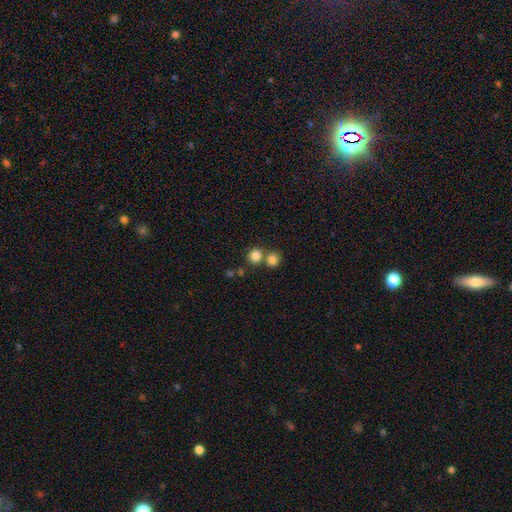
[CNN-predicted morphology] Smooth or featured: smooth — 82% (star or artifact — 12%)
How rounded: round — 86% (in between — 13%)
Merging: none — 61% (merger — 30%)